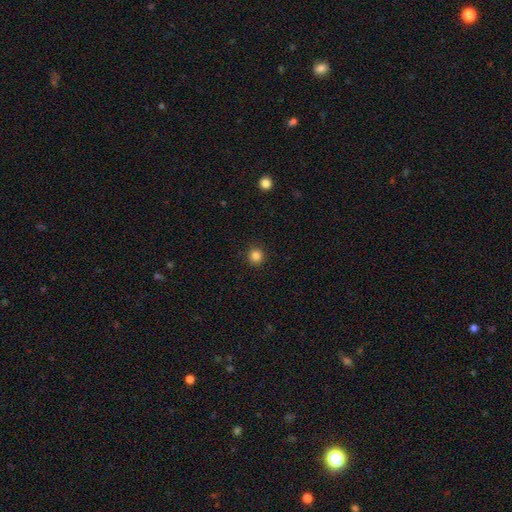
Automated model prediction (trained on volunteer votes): smooth 85%, star or artifact 12%, featured or disk 4%. Down the decision tree: how rounded — round (94%); merging — none (92%).